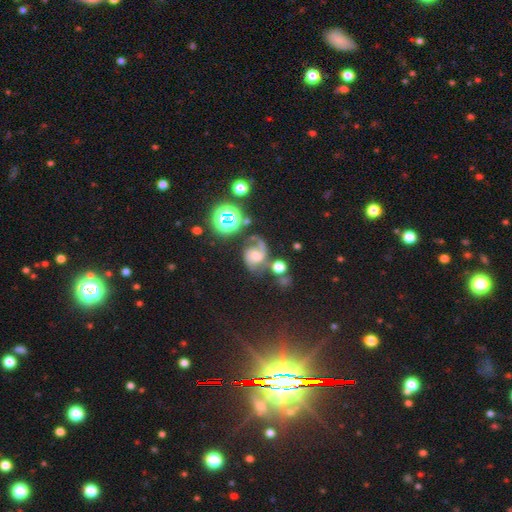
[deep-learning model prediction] The model was most divided on "bulge size": moderate: 44%, small: 33%, large: 11%, none: 9%, dominant: 3%. Remaining: edge-on disk — no (98%); spiral arms — yes (92%); smooth or featured — featured or disk (65%); bar — no (57%); spiral arm count — 2 (56%); spiral winding — medium (48%); merging — none (38%).